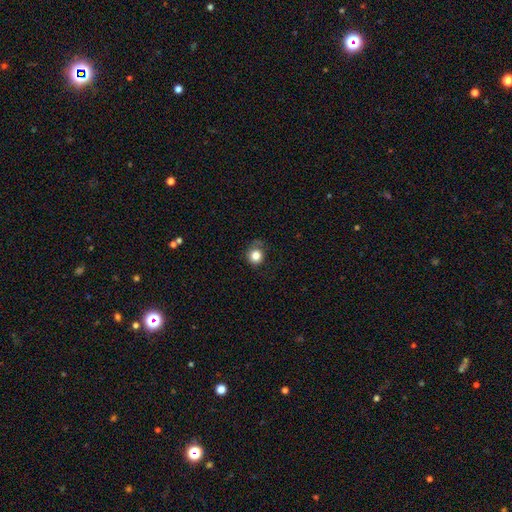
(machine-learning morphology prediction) This is clearly a smooth galaxy (81%). How rounded: clearly round (87%). Merging: likely none (71%).